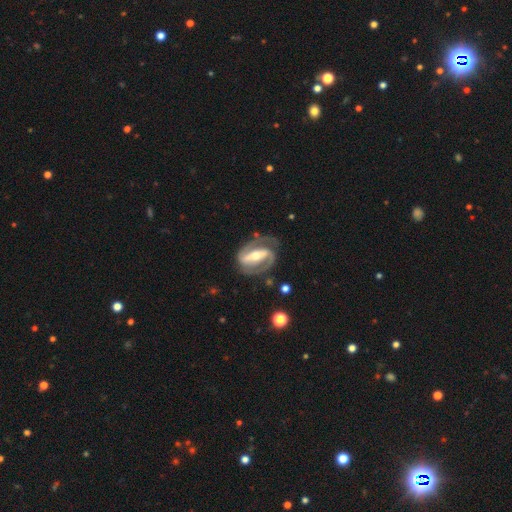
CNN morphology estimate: smooth-or-featured: featured or disk: 89% | smooth: 7% | star or artifact: 4%
  disk-edge-on: no: 95% | yes: 5%
    bar: strong: 75% | weak: 16% | no: 9%
    has-spiral-arms: yes: 93% | no: 7%
      spiral-winding: medium: 45% | tight: 42% | loose: 13%
      spiral-arm-count: 2: 88% | 1: 5% | can't tell: 4% | 3: 1% | 4: 1% | more than 4: 1%
    bulge-size: moderate: 60% | small: 33% | large: 5% | none: 1% | dominant: 1%
  merging: none: 75% | minor disturbance: 15% | major disturbance: 9% | merger: 2%